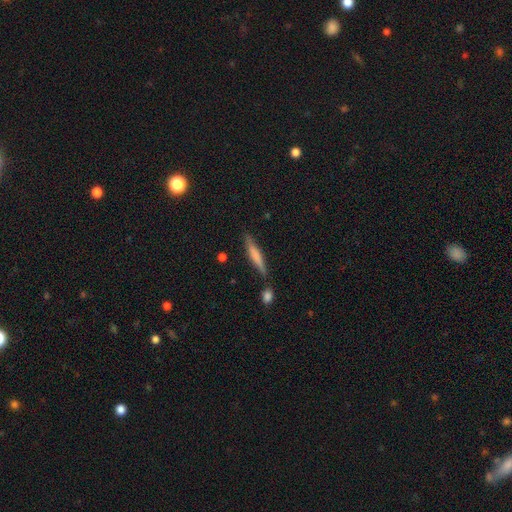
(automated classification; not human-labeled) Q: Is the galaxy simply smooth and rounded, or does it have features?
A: smooth — 60%.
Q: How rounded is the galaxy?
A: cigar-shaped — 89%.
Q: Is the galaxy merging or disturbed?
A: none — 77%.